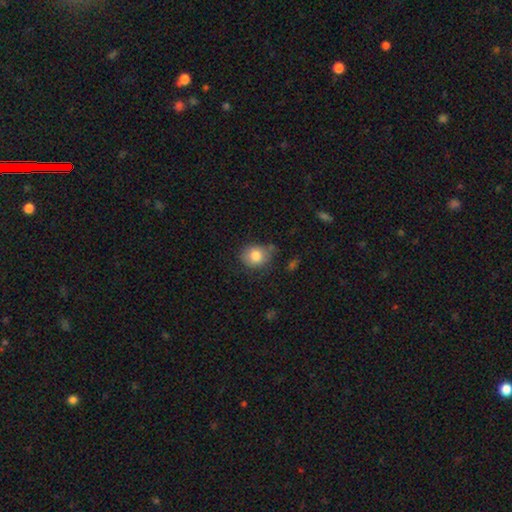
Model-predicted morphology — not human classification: Smooth or featured?
  - smooth: 82% *
  - featured or disk: 9%
  - star or artifact: 9%
How rounded?
  - round: 68% *
  - in between: 31%
  - cigar-shaped: 1%
Merging?
  - none: 64% *
  - minor disturbance: 26%
  - major disturbance: 7%
  - merger: 4%